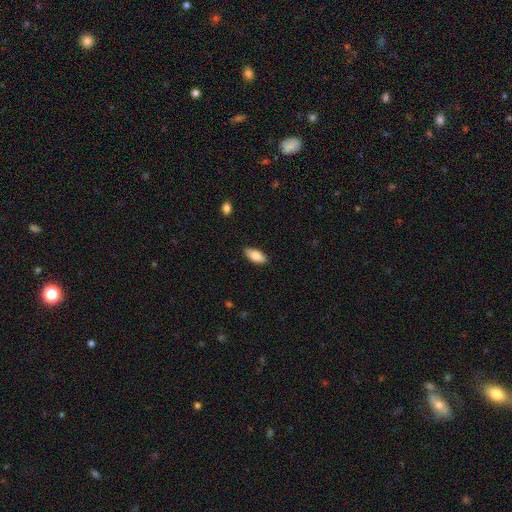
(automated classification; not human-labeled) This appears to be a smooth galaxy with no disk features (80%) that is in between round and cigar-shaped (85%). Merging: none (87%).